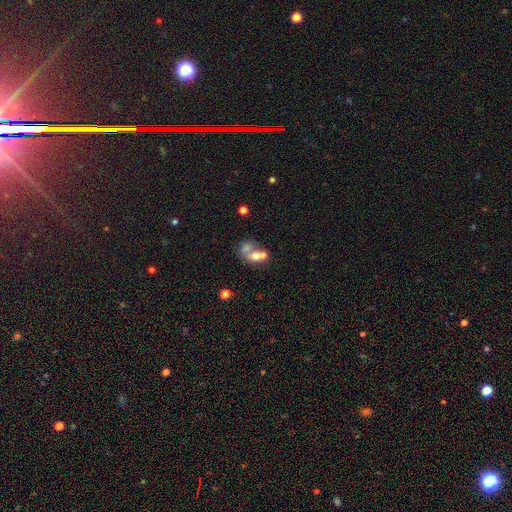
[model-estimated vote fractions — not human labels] Smooth or featured?
  - smooth: 55% *
  - featured or disk: 34%
  - star or artifact: 11%
How rounded?
  - in between: 60% *
  - round: 38%
  - cigar-shaped: 2%
Merging?
  - merger: 65% *
  - none: 17%
  - major disturbance: 9%
  - minor disturbance: 8%